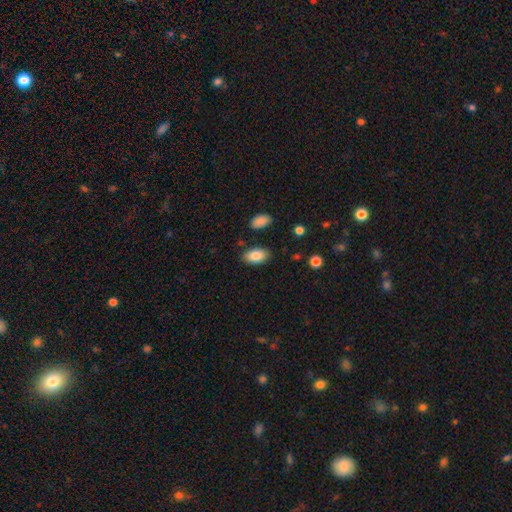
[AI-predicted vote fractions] This appears to be a smooth galaxy with no disk features (85%) that is in between round and cigar-shaped (93%). Merging: none (85%).